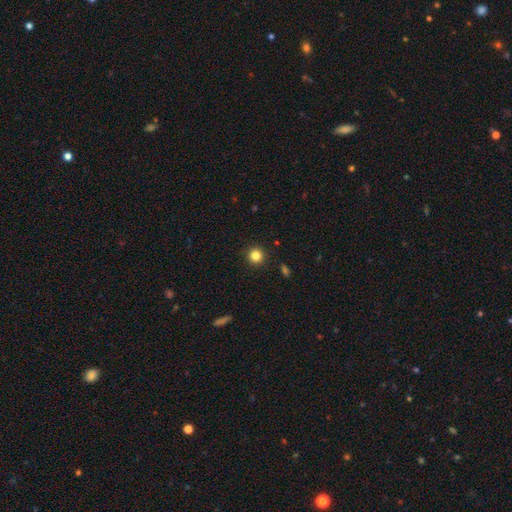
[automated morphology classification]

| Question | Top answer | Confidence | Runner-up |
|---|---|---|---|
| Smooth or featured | smooth | 83% | star or artifact (12%) |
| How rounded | round | 95% | in between (4%) |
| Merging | none | 92% | minor disturbance (5%) |